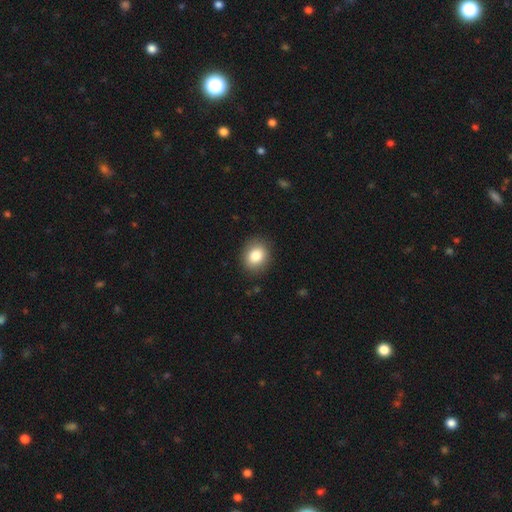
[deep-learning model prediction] Morphology: type=smooth (83%); roundness=round (58%); merging=none (88%).